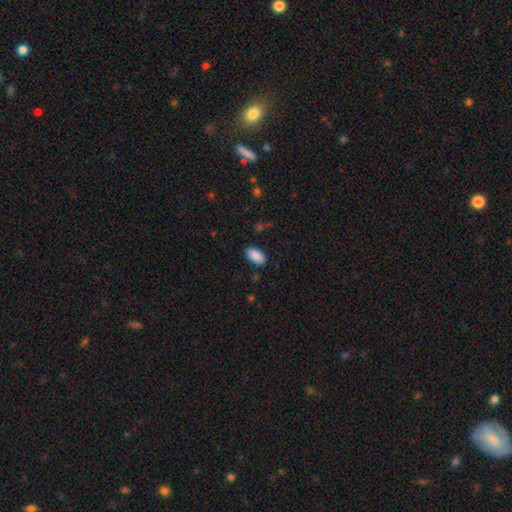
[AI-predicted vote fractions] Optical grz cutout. It shows a smooth galaxy with no disk features (89%) that is in between round and cigar-shaped (93%). Merging: none (85%).